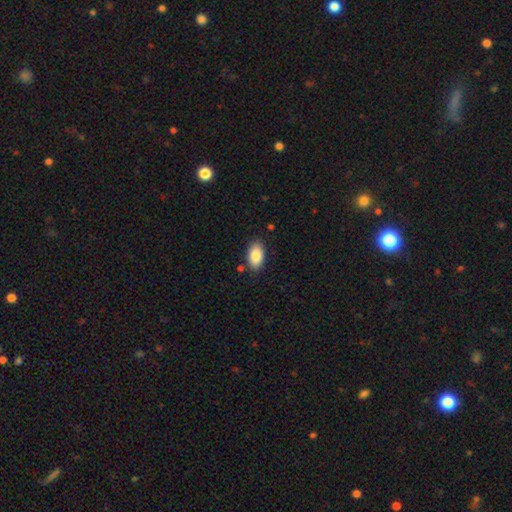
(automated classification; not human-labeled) A smooth galaxy with no disk features (86%) that is in between round and cigar-shaped (93%). Merging: none (85%).